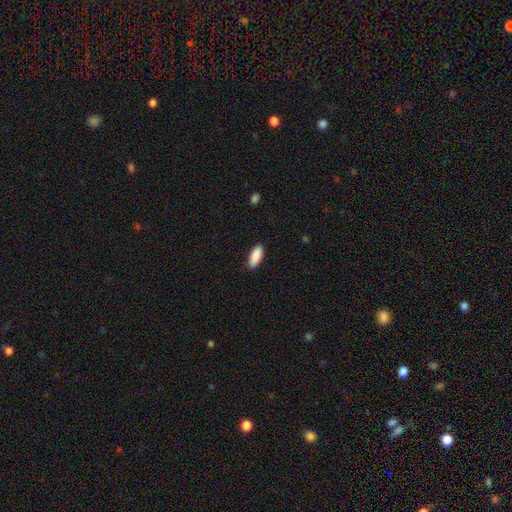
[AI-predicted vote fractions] Morphology: type=smooth (90%); roundness=in between (78%); merging=none (88%).